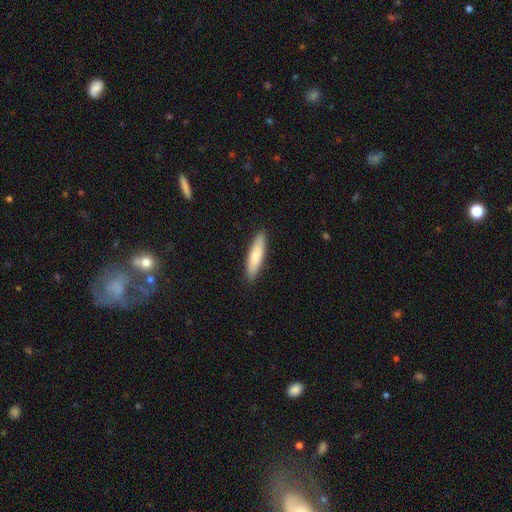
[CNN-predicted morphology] A smooth galaxy with no disk features (80%) that is cigar-shaped (74%). Merging: none (90%).